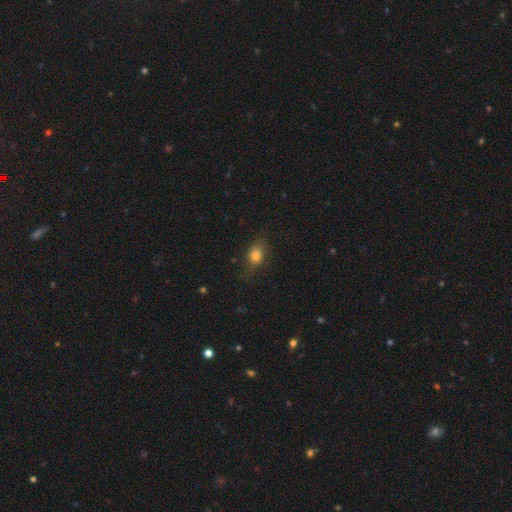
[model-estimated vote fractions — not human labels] Overall: smooth (79%). How rounded: in between (64%; round 34%). Merging: none (70%).